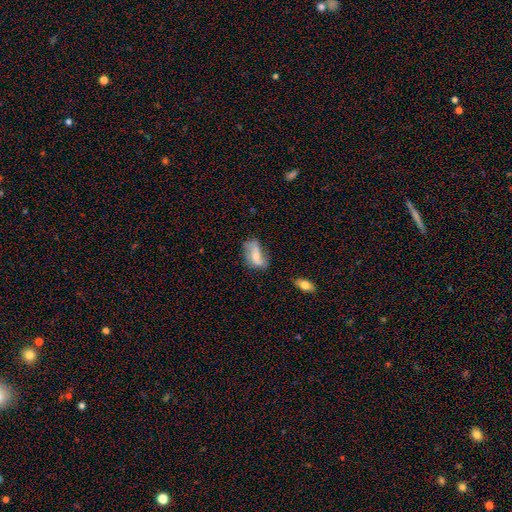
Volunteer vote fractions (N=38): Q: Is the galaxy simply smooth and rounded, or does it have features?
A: featured or disk — 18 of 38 (47%).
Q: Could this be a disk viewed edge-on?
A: no — 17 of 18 (94%).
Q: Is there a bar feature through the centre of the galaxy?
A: strong — 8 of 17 (47%).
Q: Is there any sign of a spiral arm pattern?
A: yes — 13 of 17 (76%).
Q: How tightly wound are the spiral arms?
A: loose — 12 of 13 (92%).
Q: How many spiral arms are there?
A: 2 — 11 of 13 (85%).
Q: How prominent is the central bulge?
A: moderate — 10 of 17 (59%).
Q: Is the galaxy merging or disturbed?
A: major disturbance — 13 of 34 (38%).